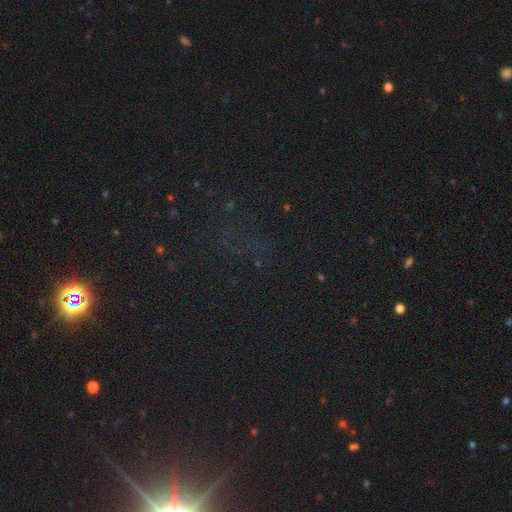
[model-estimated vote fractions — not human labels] Smooth or featured: star or artifact — 78% (smooth — 14%)